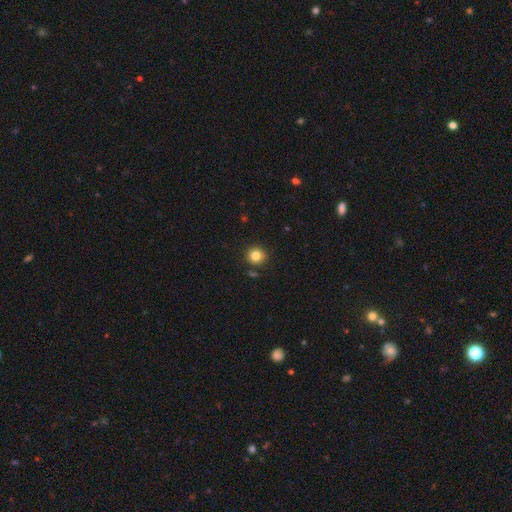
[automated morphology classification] Smooth or featured?
  - smooth: 83% *
  - star or artifact: 11%
  - featured or disk: 6%
How rounded?
  - round: 91% *
  - in between: 8%
  - cigar-shaped: 1%
Merging?
  - none: 87% *
  - minor disturbance: 8%
  - merger: 3%
  - major disturbance: 2%